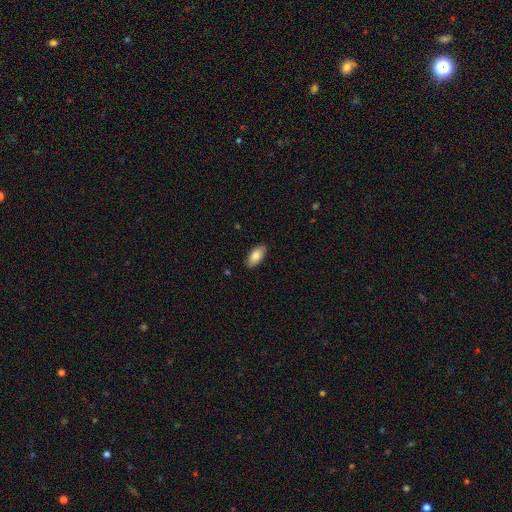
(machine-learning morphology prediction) Smooth or featured?
  - smooth: 83% *
  - featured or disk: 11%
  - star or artifact: 6%
How rounded?
  - in between: 91% *
  - cigar-shaped: 6%
  - round: 2%
Merging?
  - none: 88% *
  - minor disturbance: 9%
  - major disturbance: 2%
  - merger: 1%